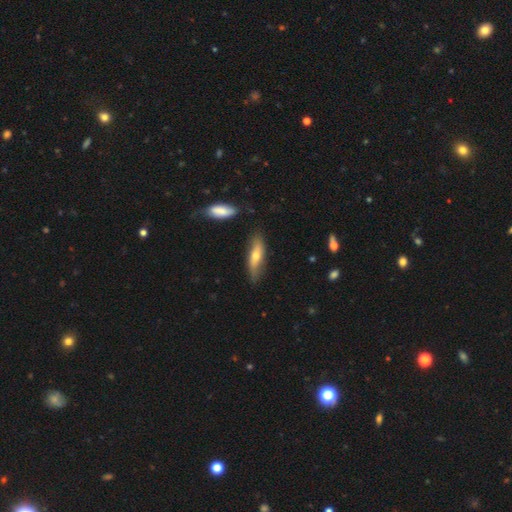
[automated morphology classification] Q: Smooth or featured?
A: smooth (53%); runner-up: featured or disk (41%)
Q: How rounded?
A: cigar-shaped (62%); runner-up: in between (35%)
Q: Merging?
A: none (72%); runner-up: minor disturbance (21%)